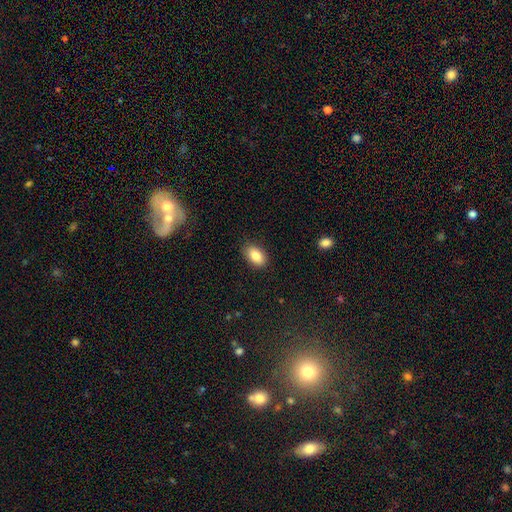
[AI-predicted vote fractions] The model was most divided on "merging": none: 86%, minor disturbance: 10%, major disturbance: 2%, merger: 1%. More confident: how rounded — in between (91%); smooth or featured — smooth (85%).